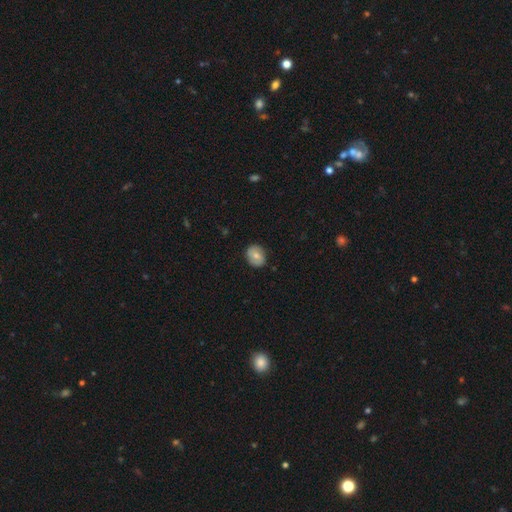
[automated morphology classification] The model was most divided on "how rounded": round: 55%, in between: 44%, cigar-shaped: 1%. More confident: merging — none (81%); smooth or featured — smooth (62%).